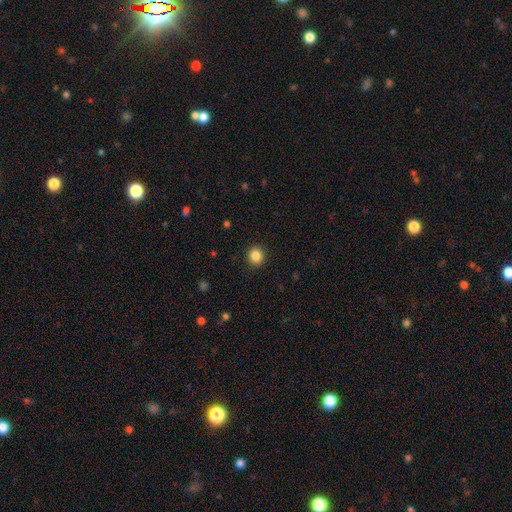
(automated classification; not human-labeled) smooth-or-featured: smooth: 86% | star or artifact: 10% | featured or disk: 4%
  how-rounded: round: 83% | in between: 17% | cigar-shaped: 1%
  merging: none: 91% | minor disturbance: 6% | major disturbance: 2% | merger: 1%